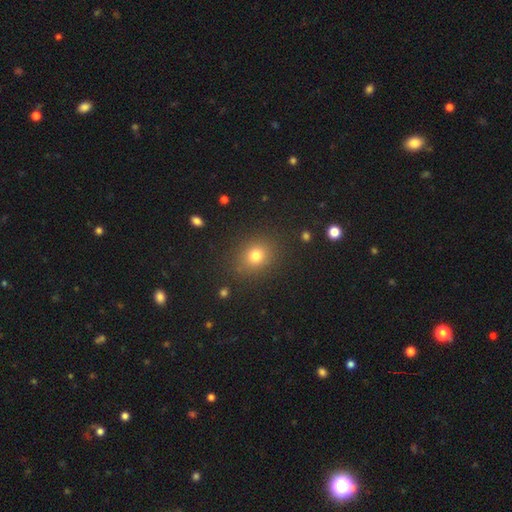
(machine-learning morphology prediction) The model was most divided on "how rounded": round: 68%, in between: 31%, cigar-shaped: 1%. More confident: merging — none (86%); smooth or featured — smooth (76%).